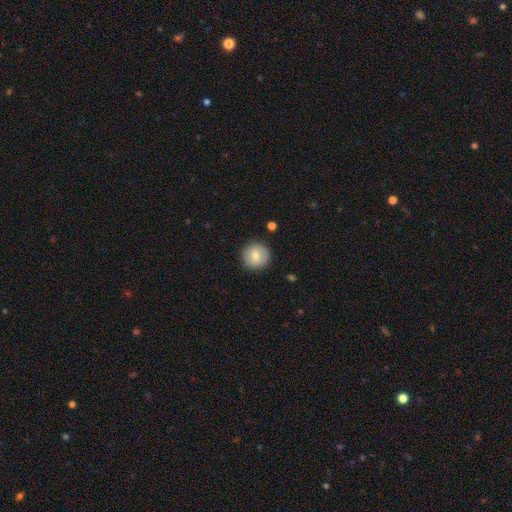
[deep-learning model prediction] smooth_or_featured: smooth (p=0.76) [alt: featured or disk p=0.16]
how_rounded: round (p=0.96) [alt: in between p=0.04]
merging: none (p=0.90) [alt: minor disturbance p=0.07]